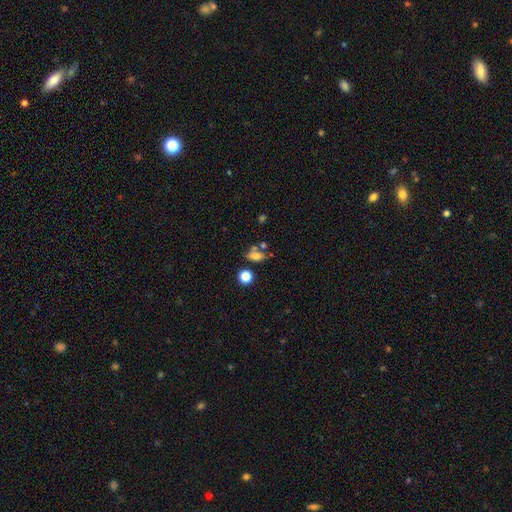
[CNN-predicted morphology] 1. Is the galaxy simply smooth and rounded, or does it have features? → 66% smooth, 19% featured or disk, 15% star or artifact.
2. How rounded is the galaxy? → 68% in between, 21% round, 11% cigar-shaped.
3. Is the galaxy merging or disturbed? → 53% none, 22% merger, 16% minor disturbance, 8% major disturbance.